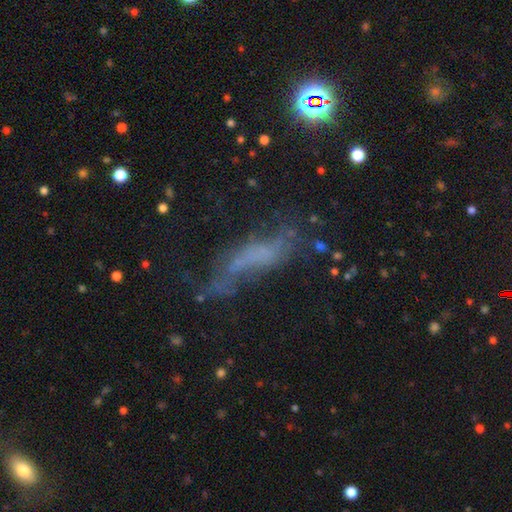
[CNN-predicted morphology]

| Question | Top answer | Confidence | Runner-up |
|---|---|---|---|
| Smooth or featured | featured or disk | 42% | smooth (36%) |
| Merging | none | 40% | major disturbance (28%) |